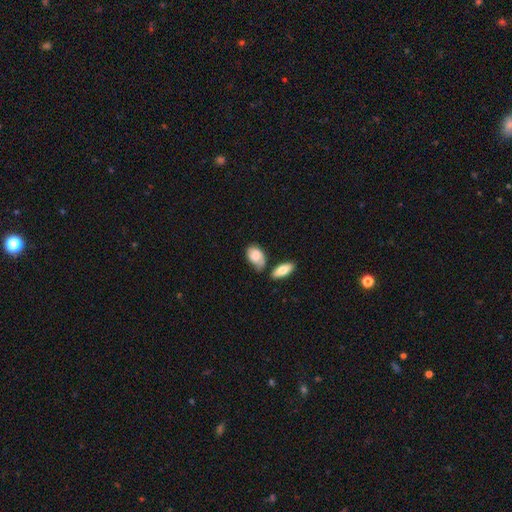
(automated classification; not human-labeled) smooth 73%, featured or disk 21%, star or artifact 7%. Down the decision tree: how rounded — in between (90%); merging — none (44%).